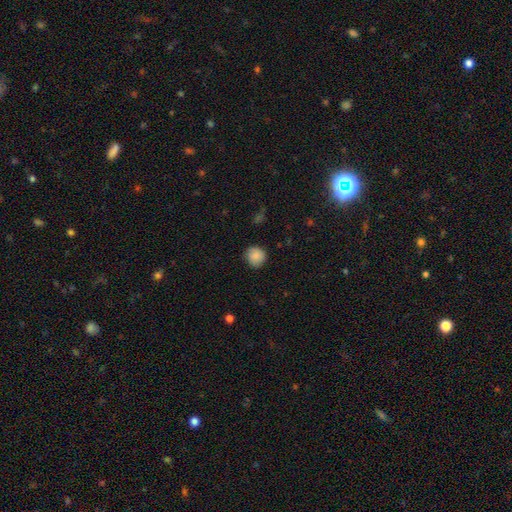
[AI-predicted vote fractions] Smooth or featured: smooth — 86% (star or artifact — 8%)
How rounded: round — 88% (in between — 11%)
Merging: none — 84% (minor disturbance — 13%)